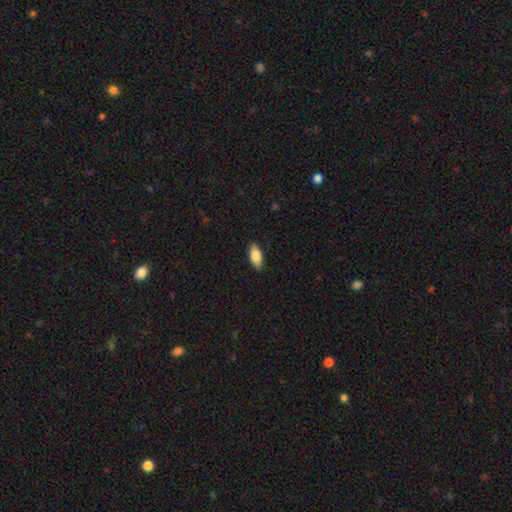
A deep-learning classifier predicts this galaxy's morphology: Smooth or featured: smooth — 82% (featured or disk — 11%)
How rounded: in between — 88% (cigar-shaped — 9%)
Merging: none — 88% (minor disturbance — 9%)